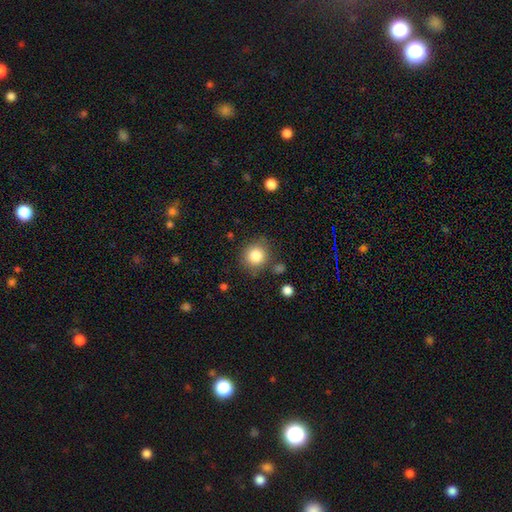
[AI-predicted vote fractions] Smooth or featured? smooth (83%)
How rounded? round (87%)
Merging? none (81%)